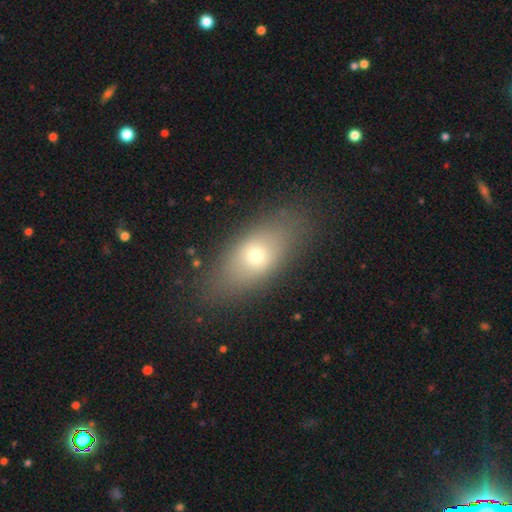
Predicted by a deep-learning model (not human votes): Smooth or featured?
  - smooth: 66% *
  - featured or disk: 23%
  - star or artifact: 12%
How rounded?
  - in between: 79% *
  - cigar-shaped: 11%
  - round: 10%
Merging?
  - none: 82% *
  - minor disturbance: 12%
  - major disturbance: 5%
  - merger: 1%